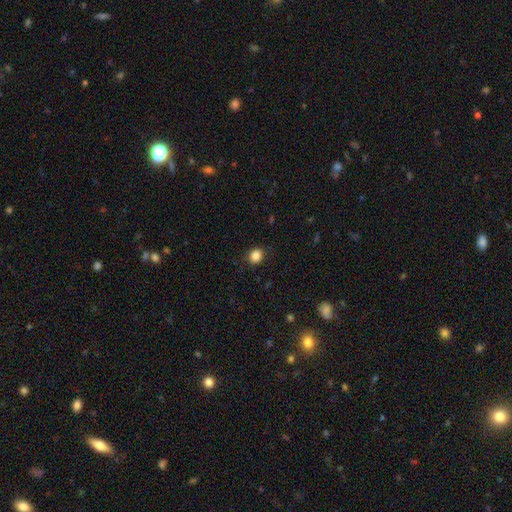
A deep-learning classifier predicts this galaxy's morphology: A smooth galaxy with no disk features (86%) that is round (75%). Merging: none (87%).